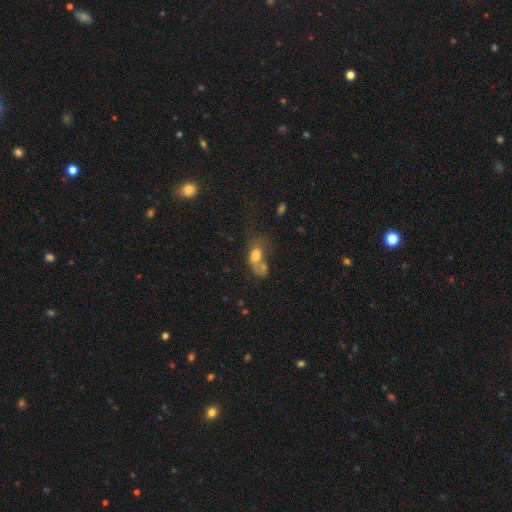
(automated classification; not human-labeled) This appears to be a smooth galaxy with no disk features (68%) that is in between round and cigar-shaped (73%). Merging: merger (39%).